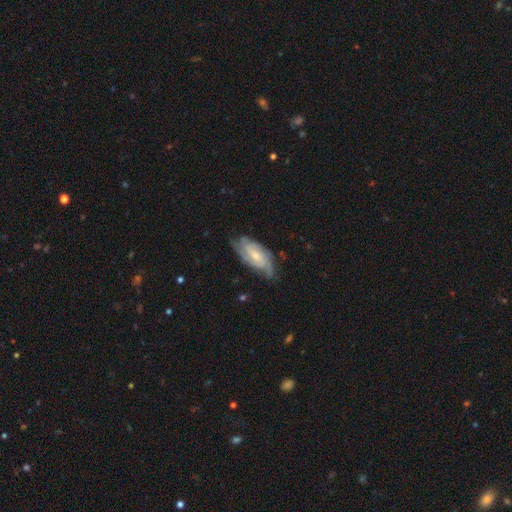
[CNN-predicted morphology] Q: Smooth or featured?
A: featured or disk (79%); runner-up: smooth (16%)
Q: Edge-on disk?
A: no (93%); runner-up: yes (7%)
Q: Bar?
A: no (49%); runner-up: weak (41%)
Q: Spiral arms?
A: yes (95%); runner-up: no (5%)
Q: Spiral winding?
A: tight (48%); runner-up: medium (40%)
Q: Spiral arm count?
A: 2 (40%); runner-up: can't tell (24%)
Q: Bulge size?
A: small (54%); runner-up: moderate (39%)
Q: Merging?
A: none (66%); runner-up: minor disturbance (24%)